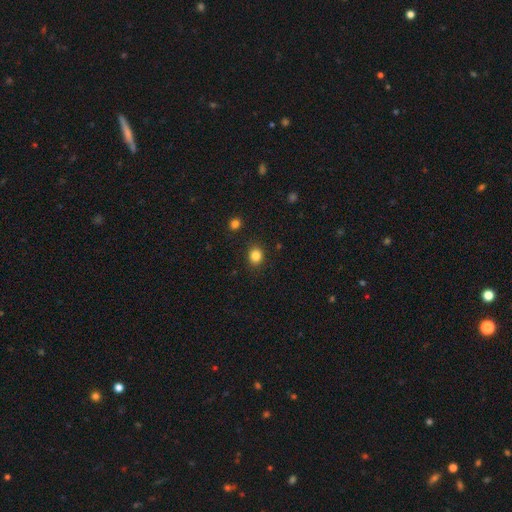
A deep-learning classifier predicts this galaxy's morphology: Smooth or featured? smooth (83%)
How rounded? round (73%)
Merging? none (89%)